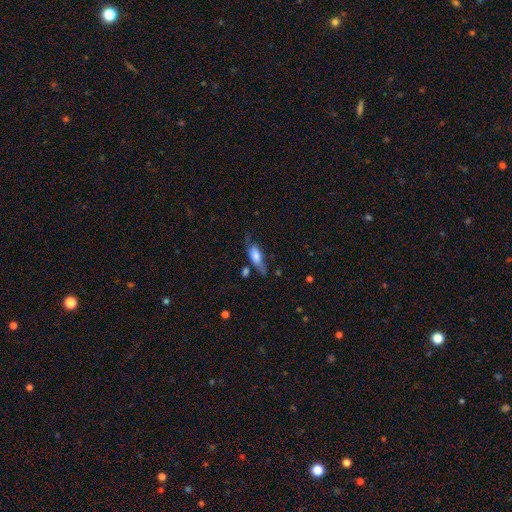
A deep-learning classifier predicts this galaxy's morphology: This is likely a smooth galaxy (66%). How rounded: likely in between (71%). Merging: possibly none (46%).